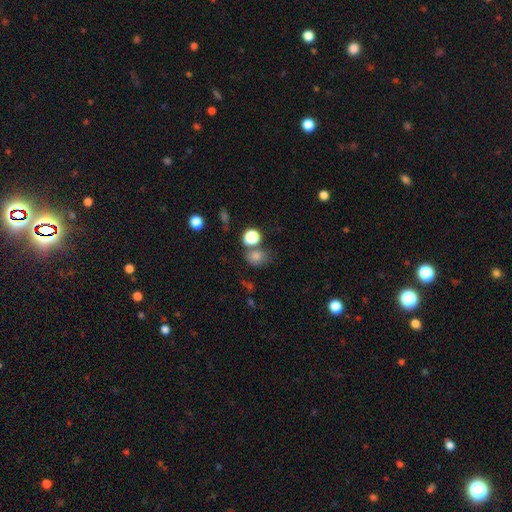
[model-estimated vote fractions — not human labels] This appears to be a smooth galaxy with no disk features (73%) that is round (55%). Merging: none (56%).